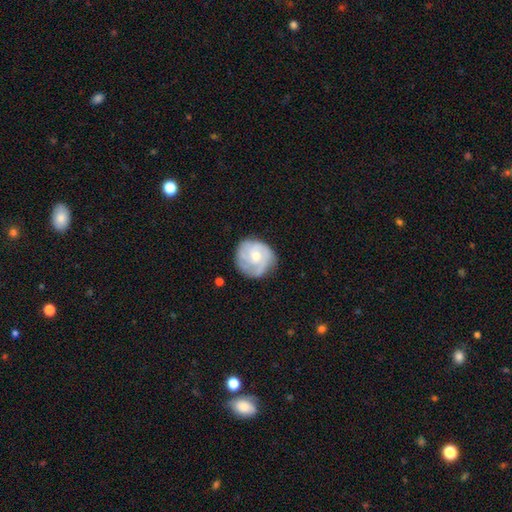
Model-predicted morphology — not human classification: This is likely a featured or disk galaxy (66%). It is clearly not viewed edge-on (98%). Bar: likely no (77%). Spiral arm pattern: clearly yes (85%). Spiral arm count: marginally can't tell (33%). Spiral winding: possibly tight (58%). Central bulge: possibly moderate (58%). Merging: likely none (71%).